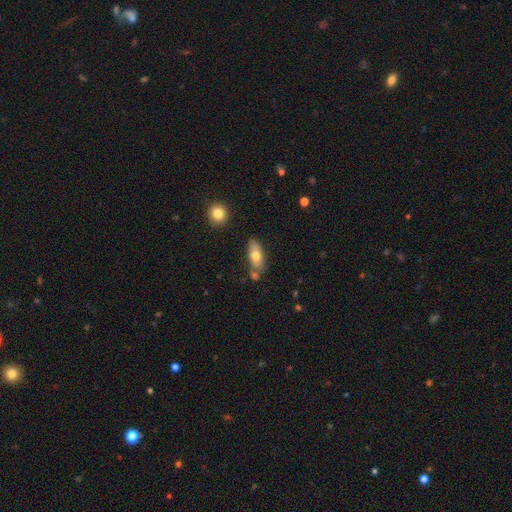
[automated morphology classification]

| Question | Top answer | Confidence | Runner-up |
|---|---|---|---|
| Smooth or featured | smooth | 69% | featured or disk (24%) |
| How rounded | in between | 78% | cigar-shaped (18%) |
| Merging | none | 67% | minor disturbance (16%) |